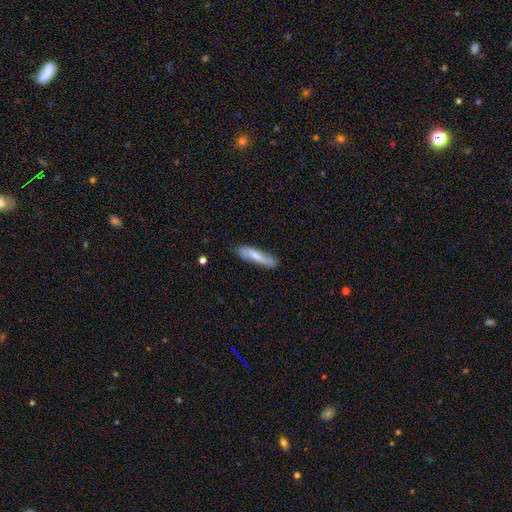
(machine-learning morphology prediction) This appears to be a smooth galaxy with no disk features (65%) that is cigar-shaped (75%). Merging: none (77%).